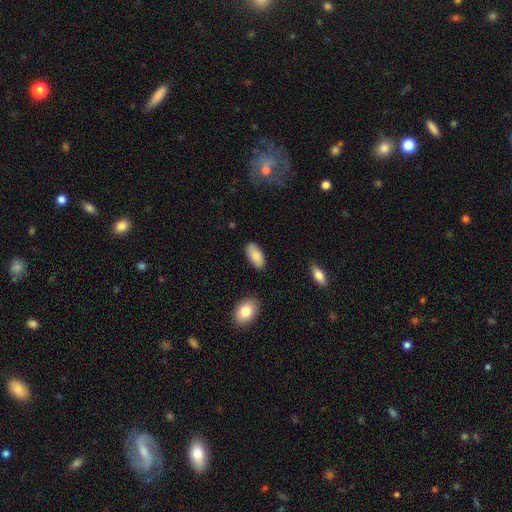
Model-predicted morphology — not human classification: smooth_or_featured: smooth (p=0.85) [alt: featured or disk p=0.08]
how_rounded: in between (p=0.93) [alt: cigar-shaped p=0.05]
merging: none (p=0.85) [alt: minor disturbance p=0.11]